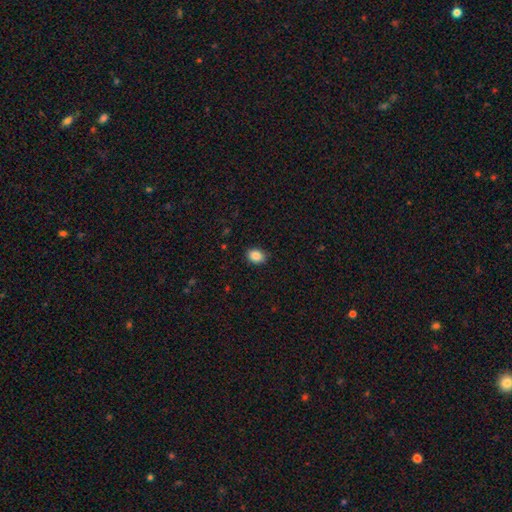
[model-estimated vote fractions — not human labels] A smooth galaxy with no disk features (87%) that is in between round and cigar-shaped (58%).

Vote fractions:
- Smooth or featured? smooth: 87% / star or artifact: 9% / featured or disk: 4%
- How rounded? in between: 58% / round: 41% / cigar-shaped: 1%
- Merging? none: 87% / minor disturbance: 10% / major disturbance: 2% / merger: 1%